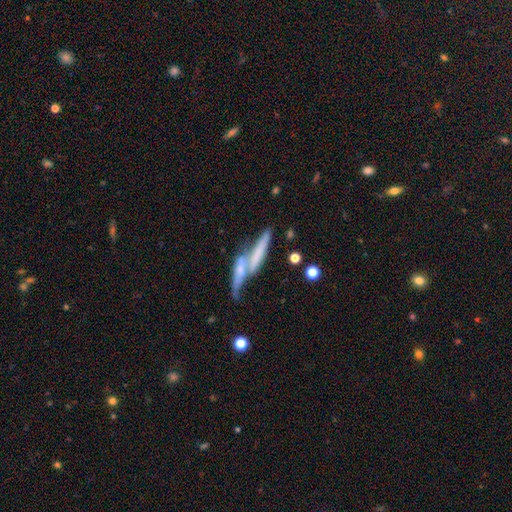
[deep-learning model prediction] The model was most divided on "merging": merger: 43%, none: 38%, minor disturbance: 11%, major disturbance: 7%. More confident: edge-on disk — yes (80%); smooth or featured — featured or disk (53%).